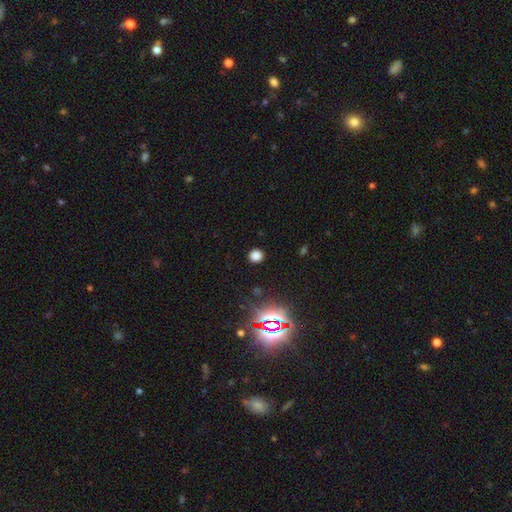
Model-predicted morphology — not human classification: Overall: smooth (75%). How rounded: round (87%). Merging: none (90%).